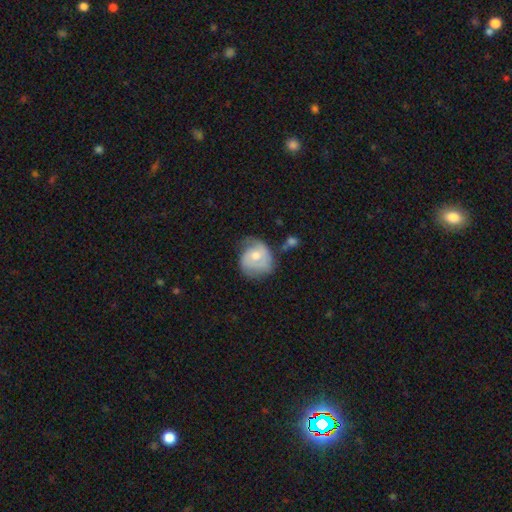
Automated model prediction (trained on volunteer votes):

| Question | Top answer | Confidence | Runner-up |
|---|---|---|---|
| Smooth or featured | featured or disk | 56% | smooth (38%) |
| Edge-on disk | no | 97% | yes (3%) |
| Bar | no | 76% | weak (21%) |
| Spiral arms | yes | 76% | no (24%) |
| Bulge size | moderate | 69% | small (23%) |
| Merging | none | 47% | minor disturbance (32%) |